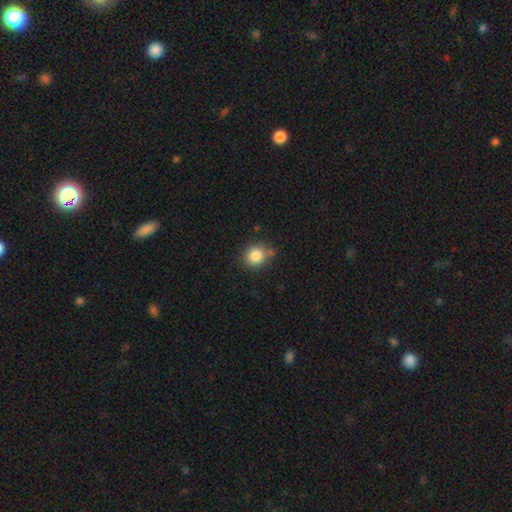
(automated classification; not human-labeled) This is clearly a smooth galaxy (85%). How rounded: clearly round (81%). Merging: likely none (74%).